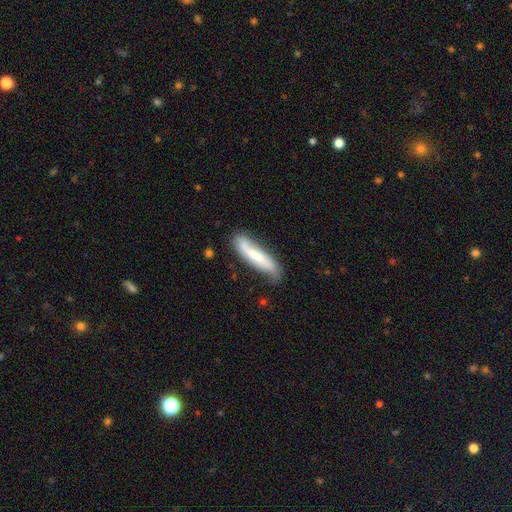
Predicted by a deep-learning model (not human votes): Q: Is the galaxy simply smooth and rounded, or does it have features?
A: smooth — 53%.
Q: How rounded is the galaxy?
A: cigar-shaped — 74%.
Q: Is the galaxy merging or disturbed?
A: none — 61%.